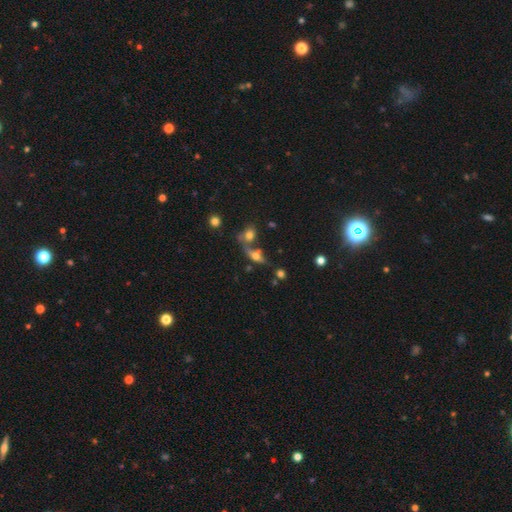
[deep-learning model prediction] Overall: smooth (50%; featured or disk 36%). How rounded: in between (60%; cigar-shaped 26%). Merging: none (43%; merger 38%).